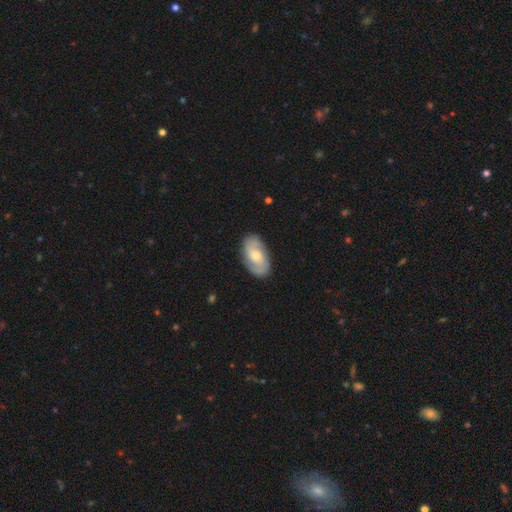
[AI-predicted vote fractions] Smooth or featured?
  - featured or disk: 66% *
  - smooth: 29%
  - star or artifact: 5%
Edge-on disk?
  - no: 95% *
  - yes: 5%
Bar?
  - no: 56% *
  - weak: 37%
  - strong: 6%
Spiral arms?
  - yes: 90% *
  - no: 10%
Spiral winding?
  - medium: 45% *
  - tight: 36%
  - loose: 19%
Spiral arm count?
  - 2: 80% *
  - can't tell: 12%
  - 3: 3%
  - 1: 2%
  - 4: 1%
  - more than 4: 1%
Bulge size?
  - moderate: 50% *
  - small: 38%
  - large: 7%
  - none: 4%
  - dominant: 1%
Merging?
  - none: 83% *
  - minor disturbance: 13%
  - major disturbance: 3%
  - merger: 1%